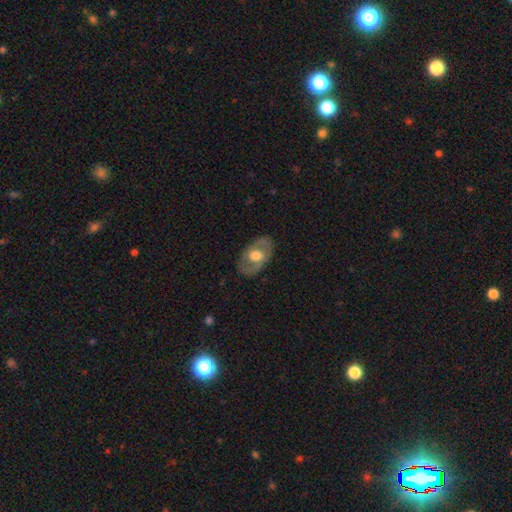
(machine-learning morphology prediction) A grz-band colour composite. It shows a featured or disk galaxy (52%). Merging: none (80%).